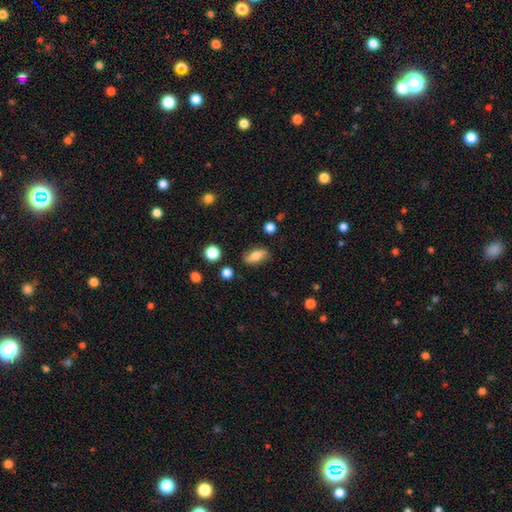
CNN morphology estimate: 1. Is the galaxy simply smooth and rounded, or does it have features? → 67% smooth, 24% featured or disk, 9% star or artifact.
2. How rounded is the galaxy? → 75% in between, 18% cigar-shaped, 7% round.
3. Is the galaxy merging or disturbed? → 81% none, 13% minor disturbance, 3% major disturbance, 2% merger.